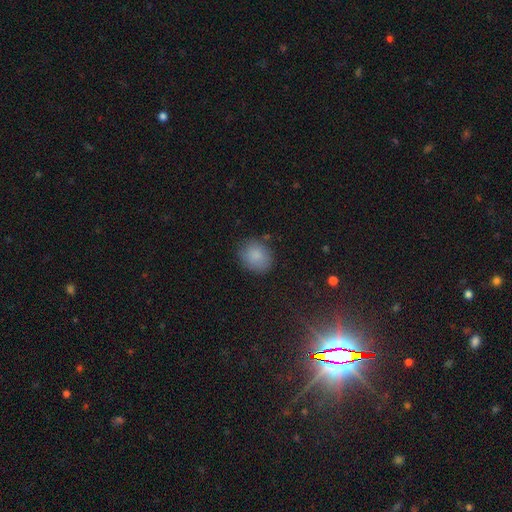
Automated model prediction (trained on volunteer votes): Smooth or featured?
  - smooth: 85% *
  - star or artifact: 9%
  - featured or disk: 6%
How rounded?
  - round: 63% *
  - in between: 36%
  - cigar-shaped: 1%
Merging?
  - none: 80% *
  - minor disturbance: 14%
  - major disturbance: 4%
  - merger: 2%